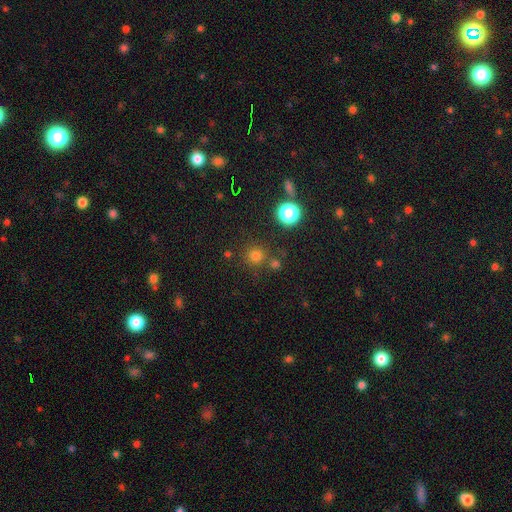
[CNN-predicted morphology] smooth-or-featured: smooth: 71% | star or artifact: 23% | featured or disk: 6%
  how-rounded: round: 94% | in between: 5% | cigar-shaped: 1%
  merging: none: 78% | merger: 10% | minor disturbance: 8% | major disturbance: 3%